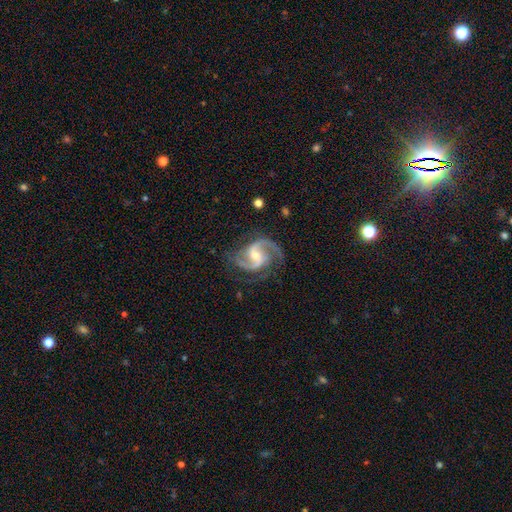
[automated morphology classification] Smooth or featured: featured or disk — 93% (star or artifact — 4%)
Edge-on disk: no — 98% (yes — 2%)
Bar: weak — 50% (no — 31%)
Spiral arms: yes — 98% (no — 2%)
Spiral winding: medium — 62% (loose — 21%)
Spiral arm count: 2 — 81% (3 — 11%)
Bulge size: small — 48% (moderate — 46%)
Merging: none — 74% (minor disturbance — 16%)